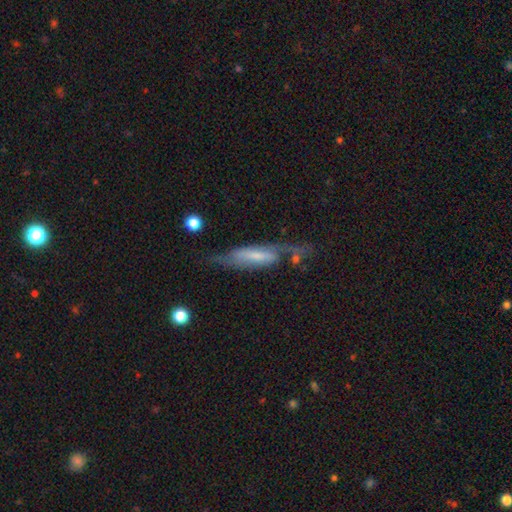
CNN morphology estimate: Smooth or featured? Predicted: featured or disk (p=0.68). Edge-on disk? Predicted: no (p=0.63). Merging? Predicted: none (p=0.54).